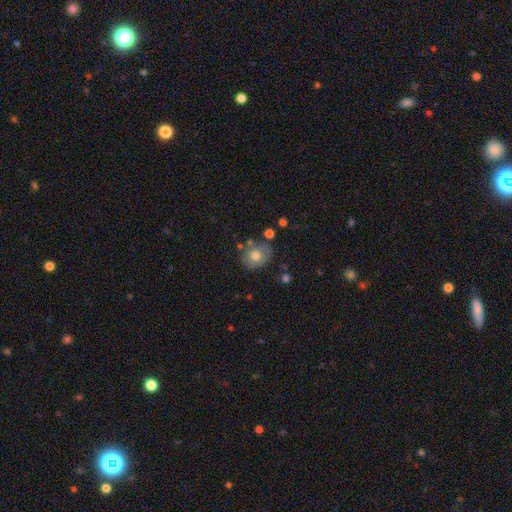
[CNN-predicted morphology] Overall: smooth (69%). How rounded: round (58%; in between 41%). Merging: none (70%).